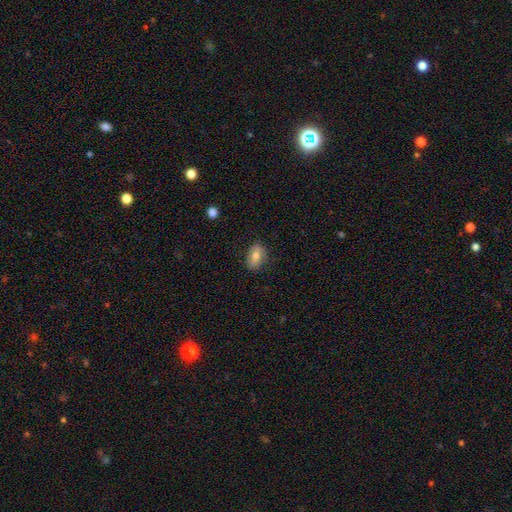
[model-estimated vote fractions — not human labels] A smooth galaxy with no disk features (70%) that is in between round and cigar-shaped (83%). Merging: none (83%).